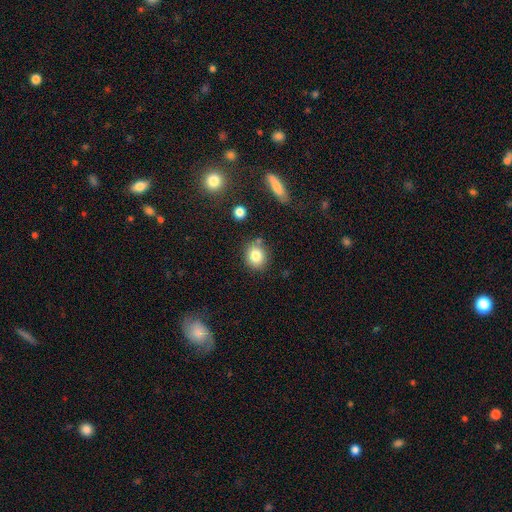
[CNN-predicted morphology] Smooth or featured? smooth (82%)
How rounded? round (73%)
Merging? none (78%)